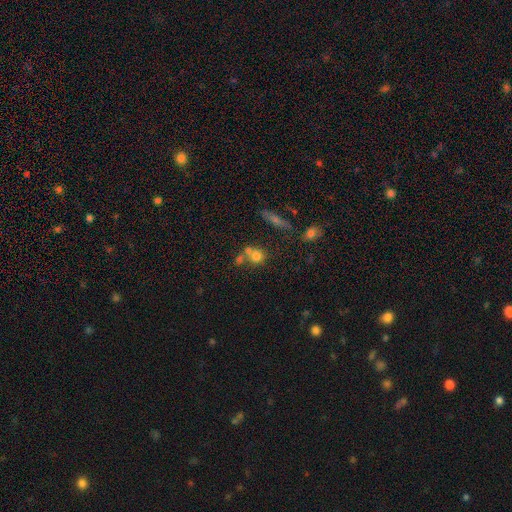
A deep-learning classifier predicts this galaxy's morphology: Smooth or featured?
  - smooth: 71% *
  - featured or disk: 16%
  - star or artifact: 14%
How rounded?
  - round: 81% *
  - in between: 17%
  - cigar-shaped: 2%
Merging?
  - none: 43% * (tied)
  - merger: 43% * (tied)
  - minor disturbance: 9%
  - major disturbance: 5%